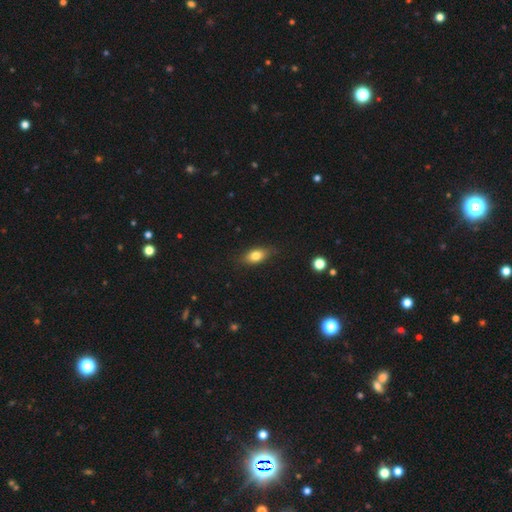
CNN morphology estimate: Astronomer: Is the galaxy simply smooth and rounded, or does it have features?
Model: smooth — 79%.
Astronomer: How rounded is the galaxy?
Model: in between — 84%.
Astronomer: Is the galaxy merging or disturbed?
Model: none — 81%.